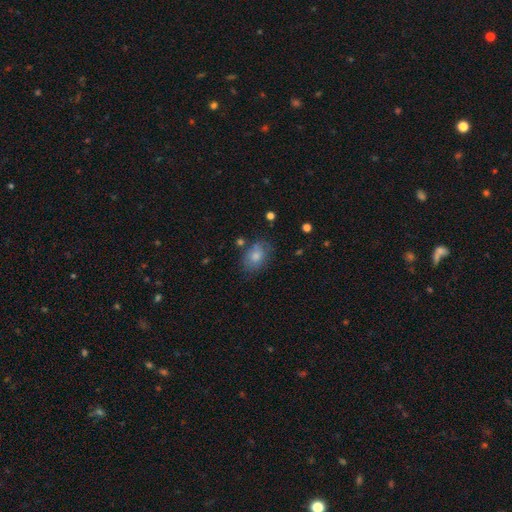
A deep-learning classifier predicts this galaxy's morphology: smooth 77%, featured or disk 15%, star or artifact 8%. Down the decision tree: how rounded — in between (74%); merging — none (66%).